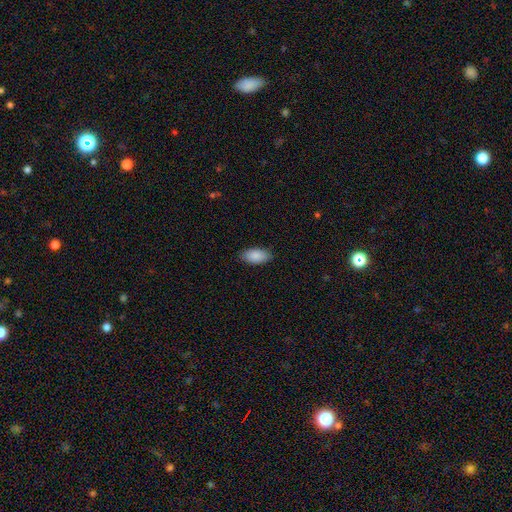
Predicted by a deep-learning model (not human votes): smooth_or_featured: smooth (p=0.89) [alt: star or artifact p=0.06]
how_rounded: in between (p=0.94) [alt: cigar-shaped p=0.04]
merging: none (p=0.86) [alt: minor disturbance p=0.11]